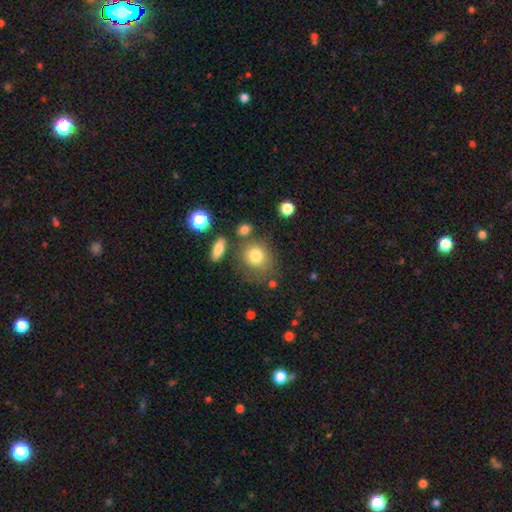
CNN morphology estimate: A smooth galaxy with no disk features (78%) that is round (76%).

Vote fractions:
- Smooth or featured? smooth: 78% / featured or disk: 11% / star or artifact: 11%
- How rounded? round: 76% / in between: 23% / cigar-shaped: 1%
- Merging? none: 65% / minor disturbance: 17% / merger: 10% / major disturbance: 8%